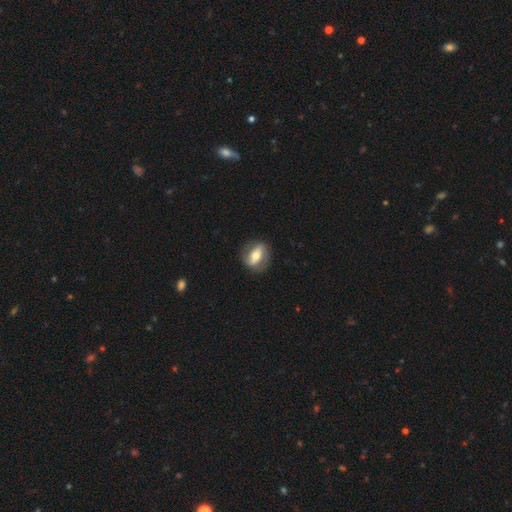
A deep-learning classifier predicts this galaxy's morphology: A featured or disk galaxy (51%).

Vote fractions:
- Smooth or featured? featured or disk: 51% / smooth: 42% / star or artifact: 7%
- Edge-on disk? no: 81% / yes: 19%
- Merging? none: 80% / minor disturbance: 14% / major disturbance: 5% / merger: 1%